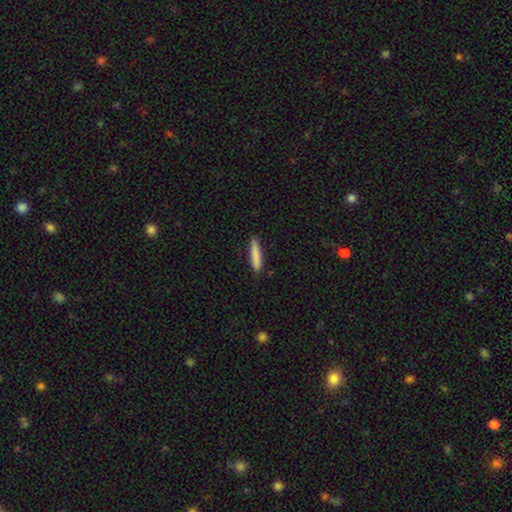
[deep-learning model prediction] smooth_or_featured: smooth (p=0.83) [alt: featured or disk p=0.11]
how_rounded: cigar-shaped (p=0.90) [alt: in between p=0.09]
merging: none (p=0.87) [alt: minor disturbance p=0.10]